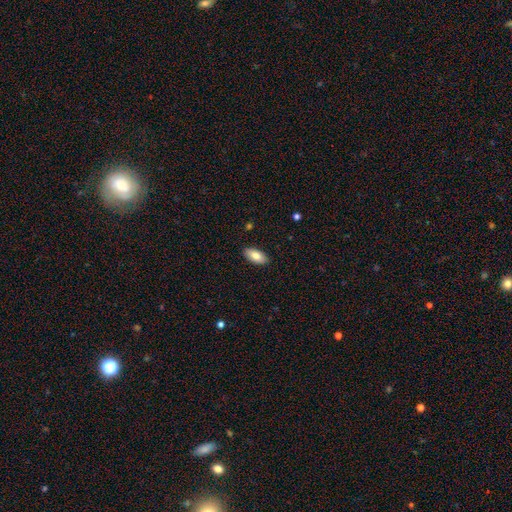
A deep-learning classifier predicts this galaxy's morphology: smooth-or-featured: smooth: 82% | featured or disk: 12% | star or artifact: 6%
  how-rounded: in between: 93% | cigar-shaped: 5% | round: 2%
  merging: none: 89% | minor disturbance: 8% | major disturbance: 2% | merger: 1%